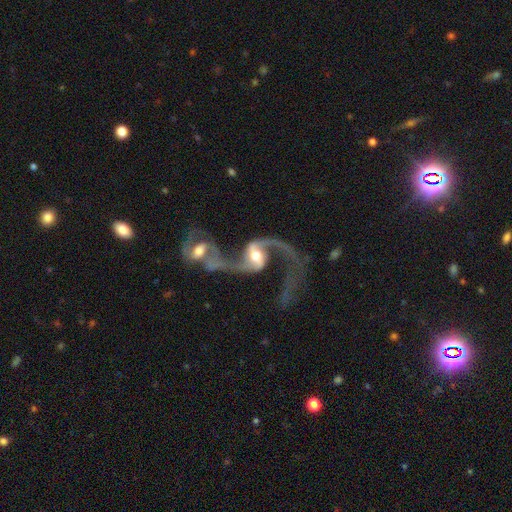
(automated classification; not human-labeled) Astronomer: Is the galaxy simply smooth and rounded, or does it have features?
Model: featured or disk — 91%.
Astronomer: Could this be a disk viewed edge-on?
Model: no — 97%.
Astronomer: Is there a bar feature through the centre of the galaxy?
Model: weak — 39% (runner-up: strong, 34%).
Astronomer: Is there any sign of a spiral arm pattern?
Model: yes — 97%.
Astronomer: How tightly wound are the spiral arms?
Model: loose — 81%.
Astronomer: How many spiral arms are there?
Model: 2 — 91%.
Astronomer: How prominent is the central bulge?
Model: moderate — 65%.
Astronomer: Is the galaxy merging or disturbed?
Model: merger — 52%.